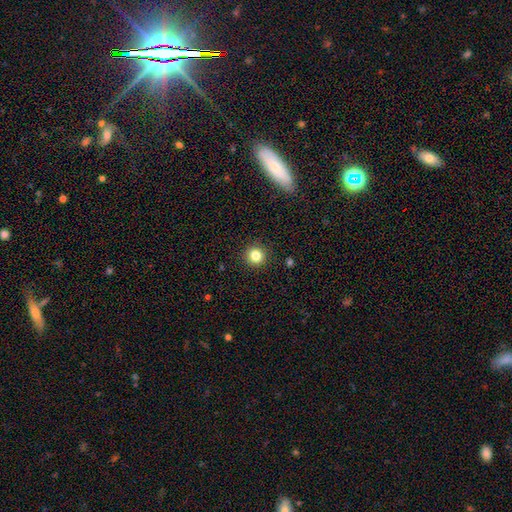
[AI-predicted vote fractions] A smooth galaxy with no disk features (82%) that is round (94%).

Vote fractions:
- Smooth or featured? smooth: 82% / star or artifact: 12% / featured or disk: 6%
- How rounded? round: 94% / in between: 5% / cigar-shaped: 1%
- Merging? none: 91% / minor disturbance: 6% / major disturbance: 2% / merger: 1%